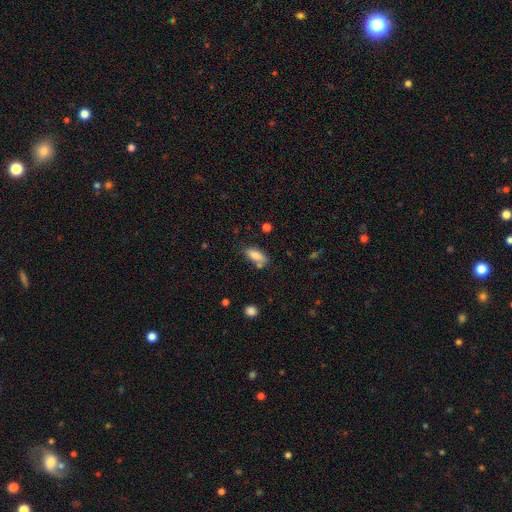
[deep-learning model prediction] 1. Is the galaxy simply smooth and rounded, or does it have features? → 84% smooth, 8% featured or disk, 8% star or artifact.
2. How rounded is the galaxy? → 80% in between, 17% cigar-shaped, 3% round.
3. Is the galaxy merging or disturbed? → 64% none, 19% minor disturbance, 12% merger, 5% major disturbance.